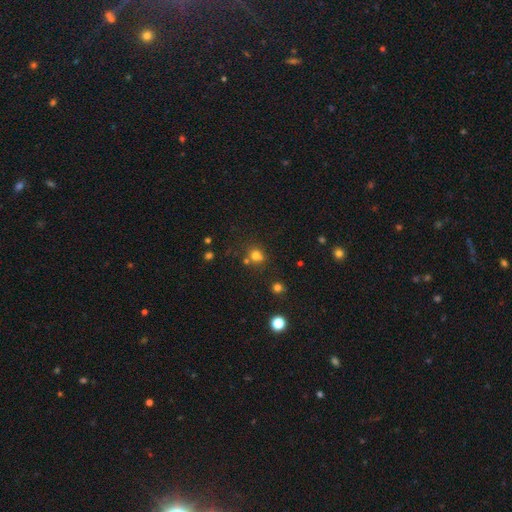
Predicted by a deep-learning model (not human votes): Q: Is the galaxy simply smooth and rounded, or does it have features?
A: smooth — 73%.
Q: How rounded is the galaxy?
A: round — 77%.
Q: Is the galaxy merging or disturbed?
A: none — 62%.